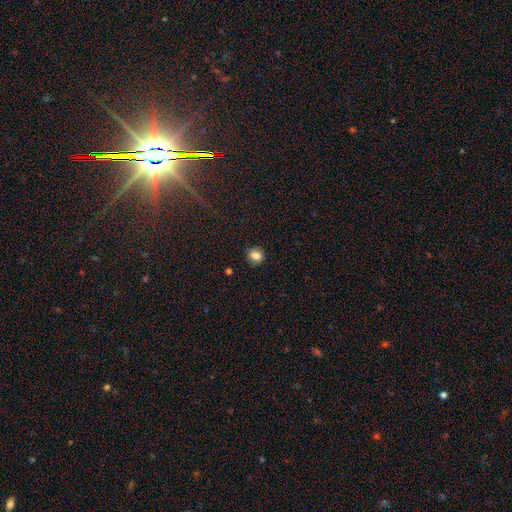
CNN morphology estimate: The model was most divided on "how rounded": round: 75%, in between: 24%, cigar-shaped: 1%. More confident: merging — none (87%); smooth or featured — smooth (82%).